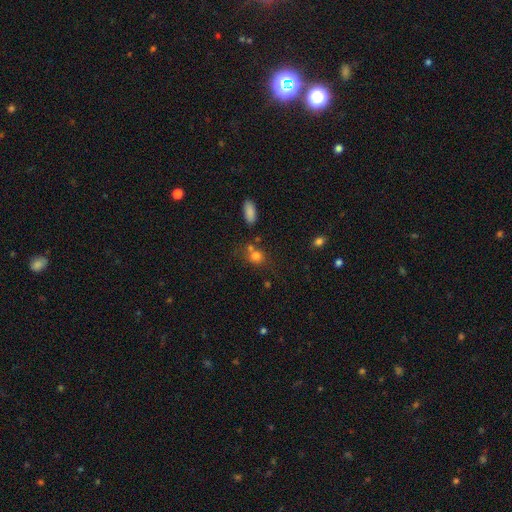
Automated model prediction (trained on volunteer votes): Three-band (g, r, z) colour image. It shows a smooth galaxy with no disk features (78%) that is round (70%). Merging: none (56%).